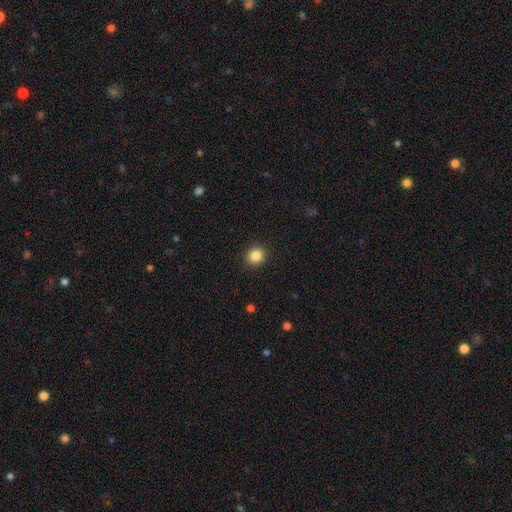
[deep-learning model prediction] Smooth or featured?
  - smooth: 85% *
  - star or artifact: 10%
  - featured or disk: 4%
How rounded?
  - round: 85% *
  - in between: 14%
  - cigar-shaped: 1%
Merging?
  - none: 91% *
  - minor disturbance: 6%
  - major disturbance: 2%
  - merger: 1%